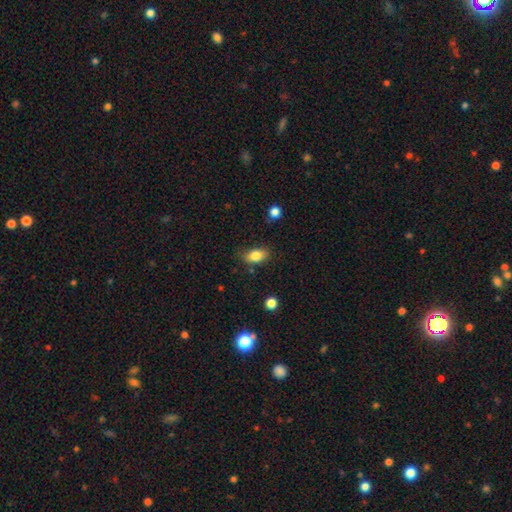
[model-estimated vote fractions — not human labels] This is clearly a smooth galaxy (83%). How rounded: clearly in between (87%). Merging: likely none (78%).